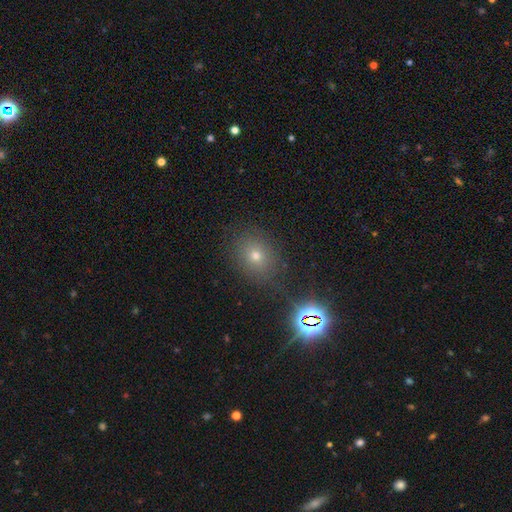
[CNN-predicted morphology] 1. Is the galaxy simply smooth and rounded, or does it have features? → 62% smooth, 26% star or artifact, 12% featured or disk.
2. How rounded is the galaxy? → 61% round, 38% in between, 1% cigar-shaped.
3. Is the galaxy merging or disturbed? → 82% none, 11% minor disturbance, 4% major disturbance, 3% merger.